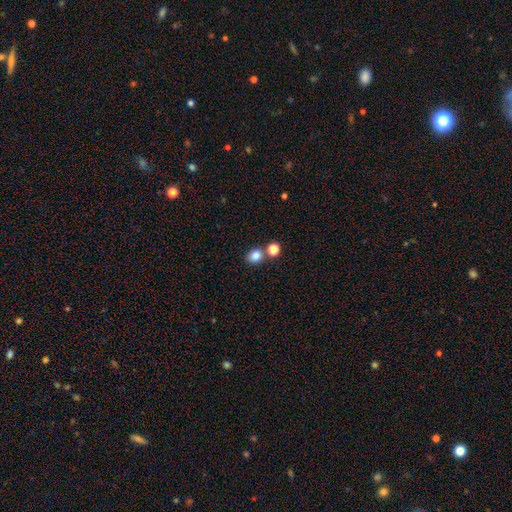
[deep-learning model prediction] Smooth or featured: smooth — 82% (star or artifact — 12%)
How rounded: round — 57% (in between — 42%)
Merging: none — 66% (merger — 21%)